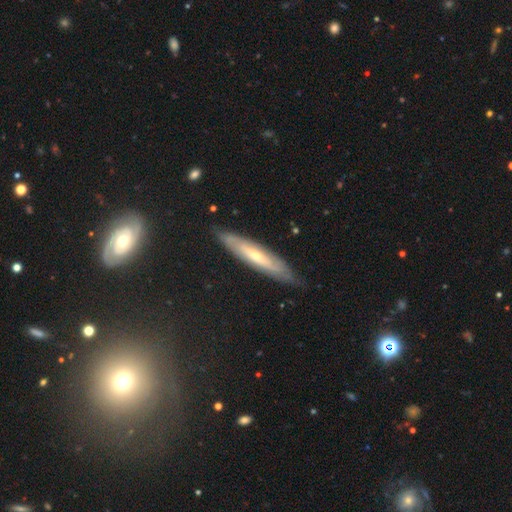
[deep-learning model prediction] Overall: featured or disk (65%; smooth 28%). Edge-on disk: yes (57%; no 43%). Merging: none (80%).